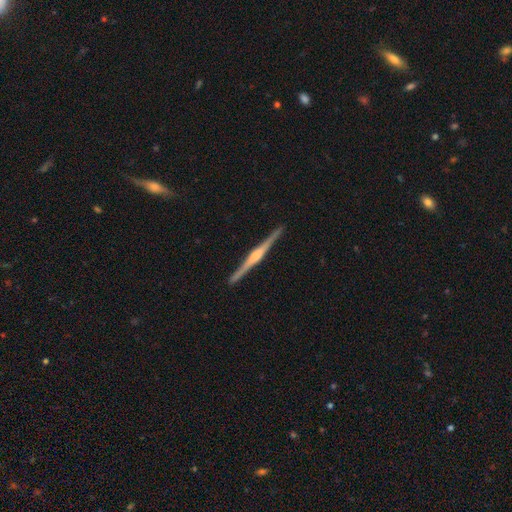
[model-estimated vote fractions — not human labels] Smooth or featured: featured or disk — 82% (smooth — 13%)
Edge-on disk: yes — 99% (no — 1%)
Edge-on bulge: rounded — 59% (boxy — 30%)
Merging: none — 92% (minor disturbance — 6%)